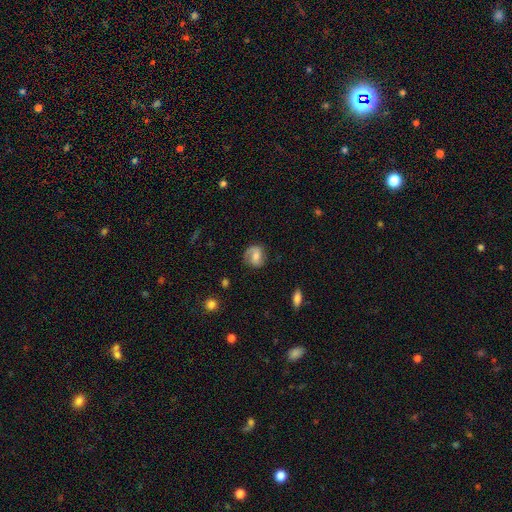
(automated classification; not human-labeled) Q: Smooth or featured?
A: featured or disk (56%); runner-up: smooth (36%)
Q: Edge-on disk?
A: no (97%); runner-up: yes (3%)
Q: Bar?
A: weak (43%); tied with: no (43%)
Q: Spiral arms?
A: yes (89%); runner-up: no (11%)
Q: Bulge size?
A: moderate (54%); runner-up: small (31%)
Q: Merging?
A: none (72%); runner-up: minor disturbance (19%)